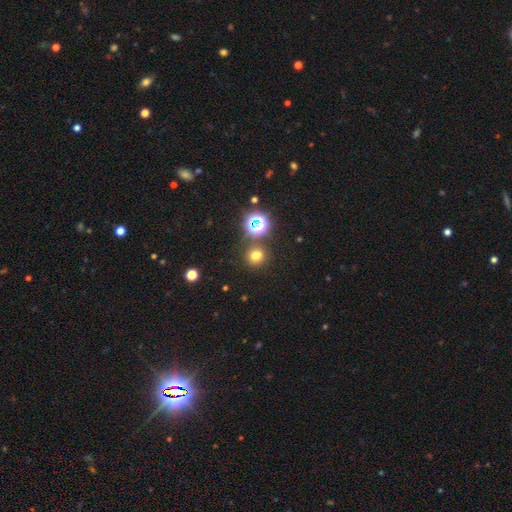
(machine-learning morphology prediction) Smooth or featured? smooth (68%)
How rounded? round (86%)
Merging? none (82%)